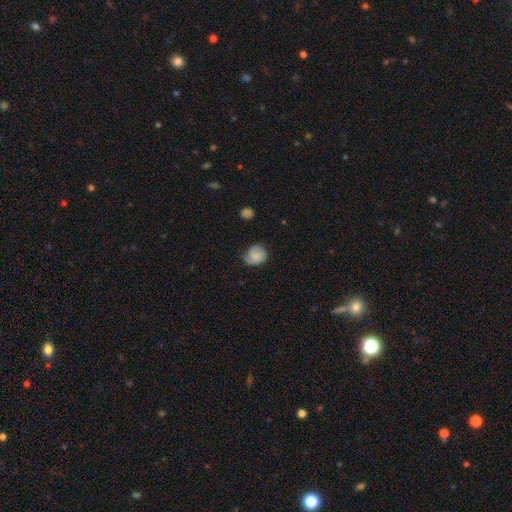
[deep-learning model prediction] Smooth or featured: smooth — 66% (featured or disk — 25%)
How rounded: round — 64% (in between — 35%)
Merging: none — 56% (minor disturbance — 32%)